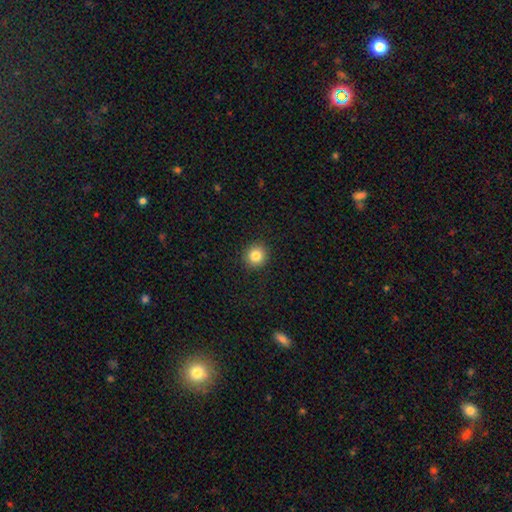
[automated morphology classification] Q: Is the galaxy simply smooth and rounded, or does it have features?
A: smooth — 83%.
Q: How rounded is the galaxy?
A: round — 93%.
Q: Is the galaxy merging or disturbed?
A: none — 92%.